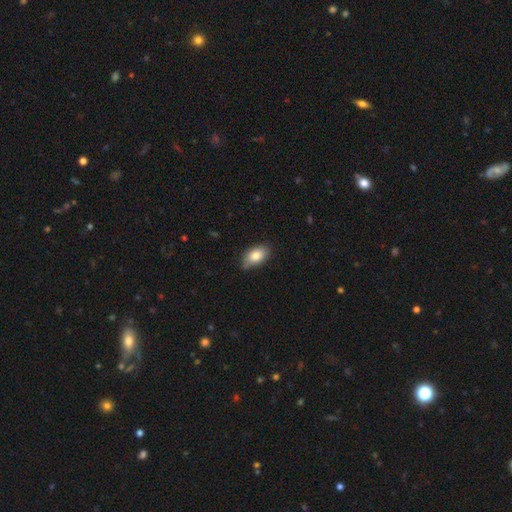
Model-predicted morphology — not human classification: smooth_or_featured: smooth (p=0.82) [alt: featured or disk p=0.11]
how_rounded: in between (p=0.92) [alt: round p=0.06]
merging: none (p=0.71) [alt: minor disturbance p=0.25]